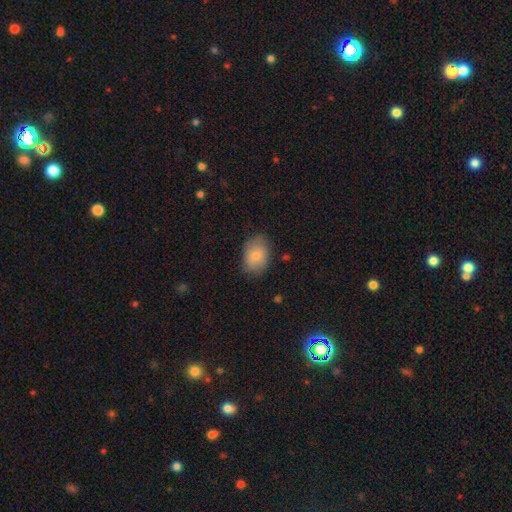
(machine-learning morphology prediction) This appears to be a smooth galaxy with no disk features (80%) that is in between round and cigar-shaped (80%). Merging: none (79%).